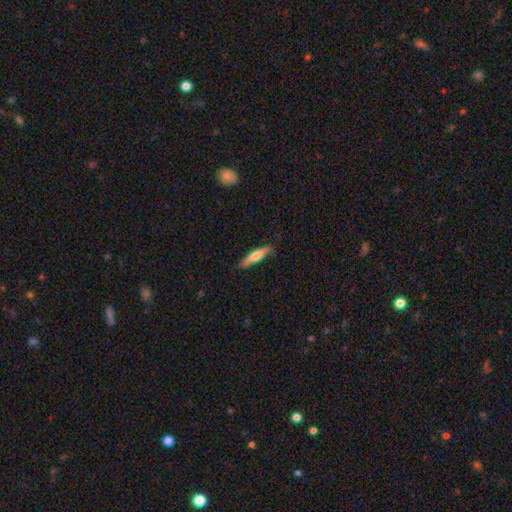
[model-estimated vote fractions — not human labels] Smooth or featured? smooth (55%)
How rounded? cigar-shaped (84%)
Merging? none (82%)